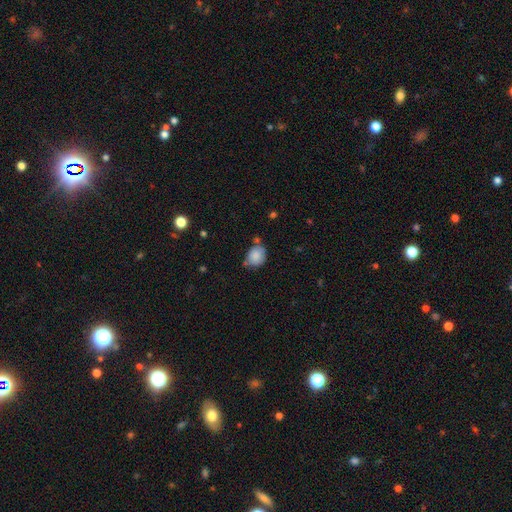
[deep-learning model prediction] A smooth galaxy with no disk features (86%) that is round (58%).

Vote fractions:
- Smooth or featured? smooth: 86% / star or artifact: 8% / featured or disk: 6%
- How rounded? round: 58% / in between: 41% / cigar-shaped: 1%
- Merging? none: 61% / minor disturbance: 24% / merger: 10% / major disturbance: 5%